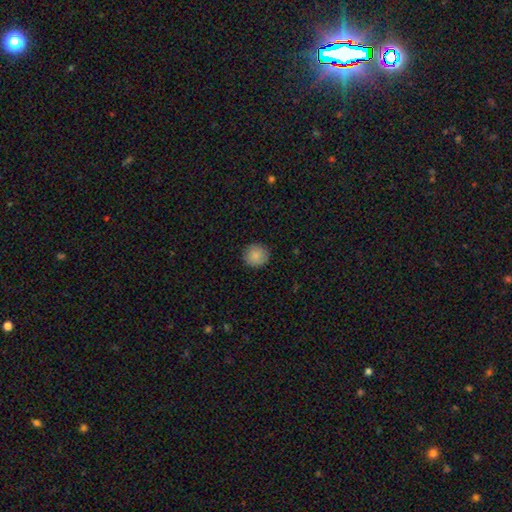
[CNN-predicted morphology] A smooth galaxy with no disk features (87%) that is round (94%). Merging: none (91%).